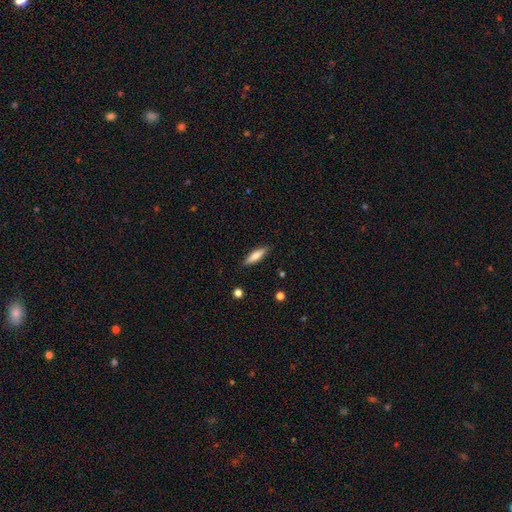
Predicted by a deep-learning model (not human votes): This is likely a smooth galaxy (72%). How rounded: likely cigar-shaped (64%). Merging: clearly none (88%).